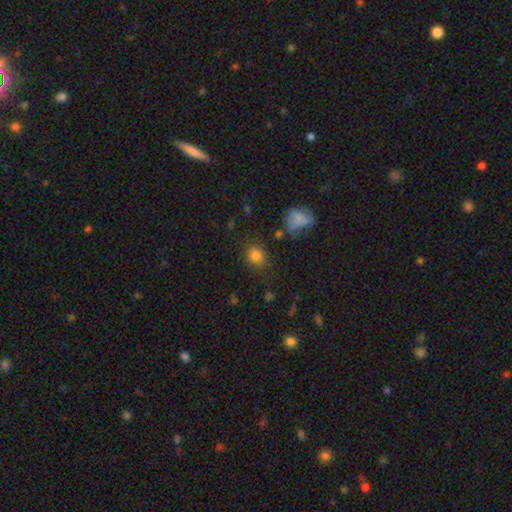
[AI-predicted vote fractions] smooth_or_featured: smooth (p=0.80) [alt: star or artifact p=0.14]
how_rounded: round (p=0.71) [alt: in between p=0.28]
merging: none (p=0.79) [alt: minor disturbance p=0.12]